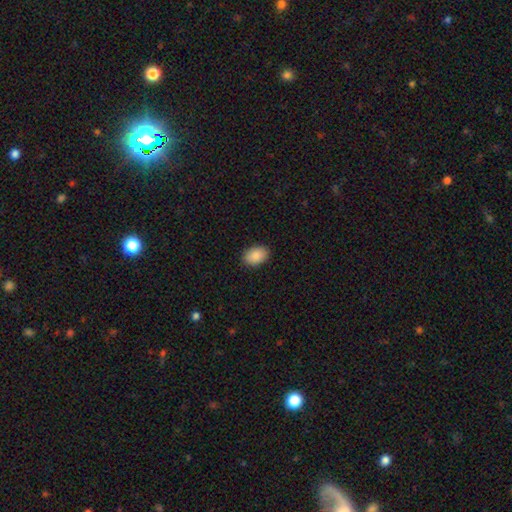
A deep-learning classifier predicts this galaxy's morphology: Smooth or featured: smooth — 89% (star or artifact — 7%)
How rounded: in between — 87% (round — 12%)
Merging: none — 90% (minor disturbance — 8%)